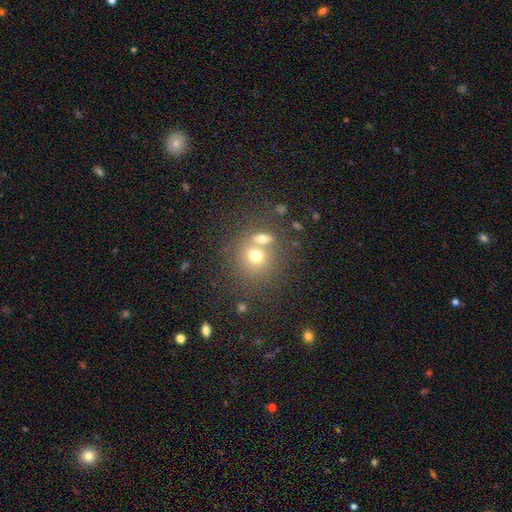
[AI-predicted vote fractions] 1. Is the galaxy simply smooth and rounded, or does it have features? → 69% smooth, 17% featured or disk, 14% star or artifact.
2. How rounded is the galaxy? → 81% round, 18% in between, 1% cigar-shaped.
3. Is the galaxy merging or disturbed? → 46% none, 42% merger, 8% minor disturbance, 4% major disturbance.